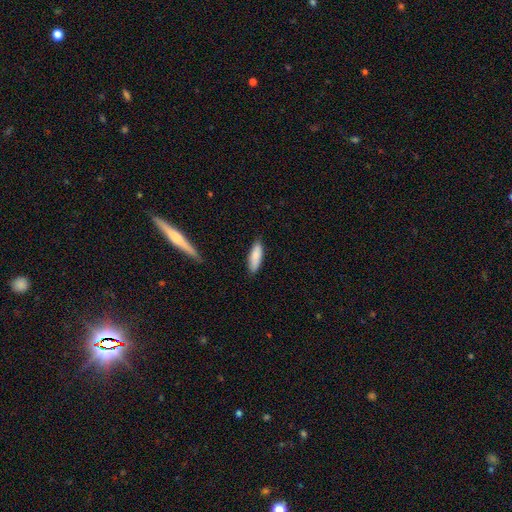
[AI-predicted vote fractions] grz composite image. It shows a smooth galaxy with no disk features (86%) that is in between round and cigar-shaped (52%). Merging: none (84%).